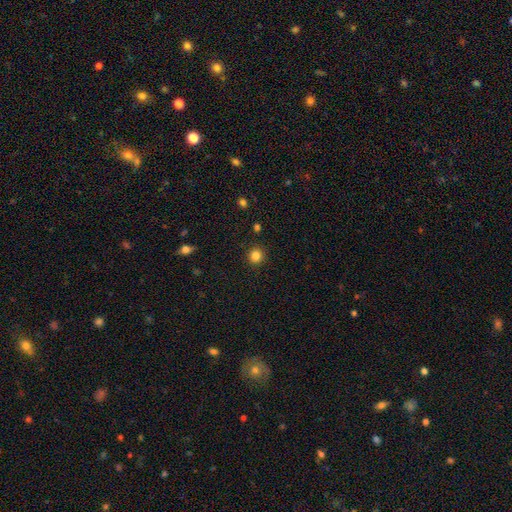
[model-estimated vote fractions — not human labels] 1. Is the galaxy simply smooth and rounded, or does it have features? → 83% smooth, 12% star or artifact, 5% featured or disk.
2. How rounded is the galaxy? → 93% round, 6% in between, 1% cigar-shaped.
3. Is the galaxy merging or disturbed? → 91% none, 6% minor disturbance, 2% major disturbance, 1% merger.